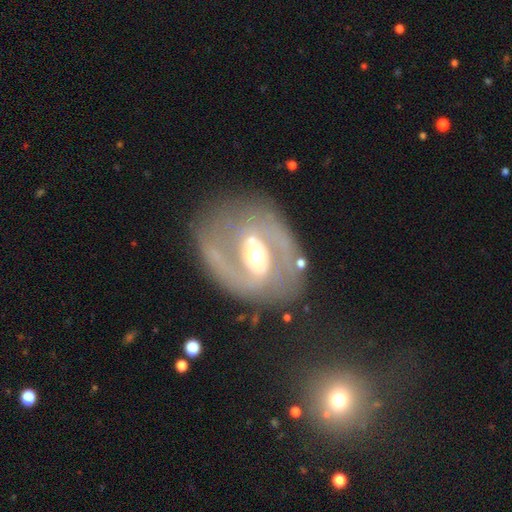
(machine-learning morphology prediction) A featured or disk galaxy (83%) with a weak bar (39%), 2 (79%) medium (43%) spiral arms (83%) and a moderate central bulge (66%).

Vote fractions:
- Smooth or featured? featured or disk: 83% / smooth: 11% / star or artifact: 6%
- Edge-on disk? no: 96% / yes: 4%
- Bar? weak: 39% / no: 35% / strong: 26%
- Spiral arms? yes: 83% / no: 17%
- Spiral winding? medium: 43% / tight: 34% / loose: 23%
- Spiral arm count? 2: 79% / can't tell: 10% / 1: 5% / 3: 3% / 4: 2% / more than 4: 2%
- Bulge size? moderate: 66% / large: 21% / small: 9% / dominant: 3% / none: 1%
- Merging? none: 70% / minor disturbance: 16% / major disturbance: 10% / merger: 4%